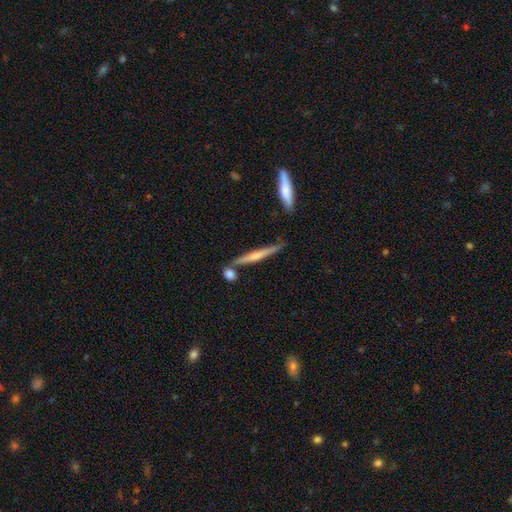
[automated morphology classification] Q: Smooth or featured?
A: featured or disk (54%); runner-up: smooth (39%)
Q: Edge-on disk?
A: yes (96%); runner-up: no (4%)
Q: Edge-on bulge?
A: rounded (56%); runner-up: none (31%)
Q: Merging?
A: none (75%); runner-up: minor disturbance (12%)